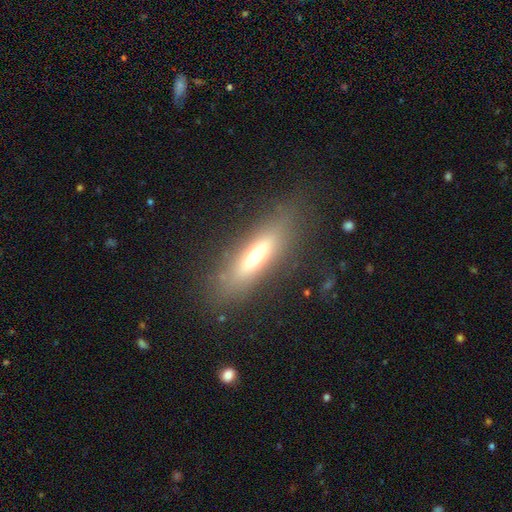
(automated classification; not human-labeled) smooth 53%, featured or disk 37%, star or artifact 10%. Down the decision tree: how rounded — cigar-shaped (63%); merging — none (80%).